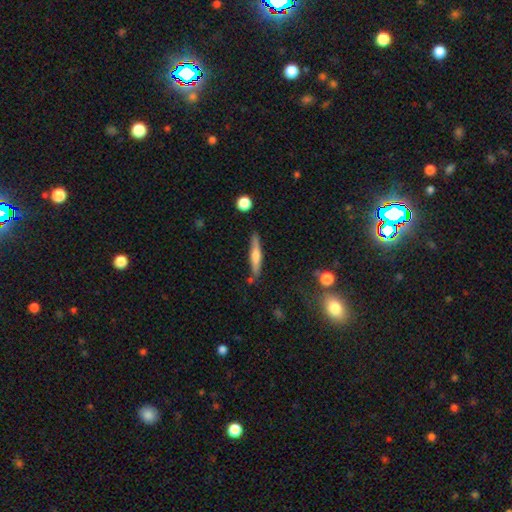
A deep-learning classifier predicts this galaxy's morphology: featured or disk 48%, smooth 46%, star or artifact 6%. Down the decision tree: merging — none (84%).